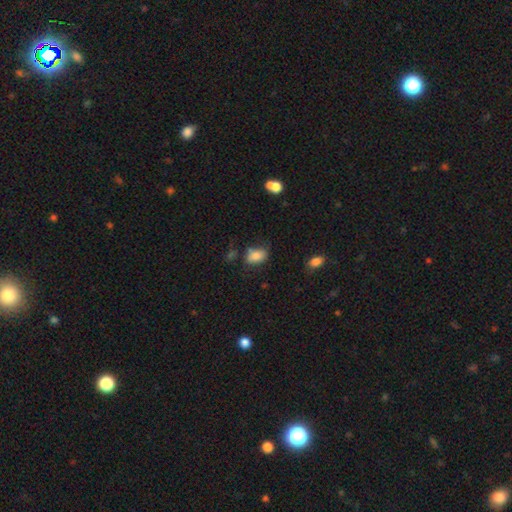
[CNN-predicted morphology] Q: Smooth or featured?
A: smooth (79%); runner-up: featured or disk (11%)
Q: How rounded?
A: in between (84%); runner-up: round (14%)
Q: Merging?
A: none (60%); runner-up: minor disturbance (26%)